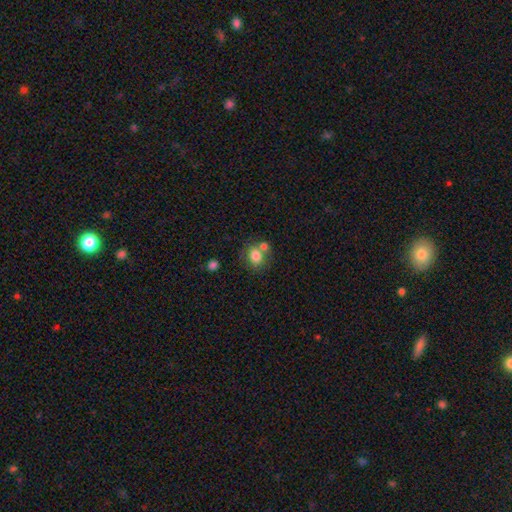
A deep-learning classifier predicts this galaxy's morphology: Smooth or featured? Predicted: smooth (p=0.80). How rounded? Predicted: round (p=0.63). Merging? Predicted: none (p=0.50).